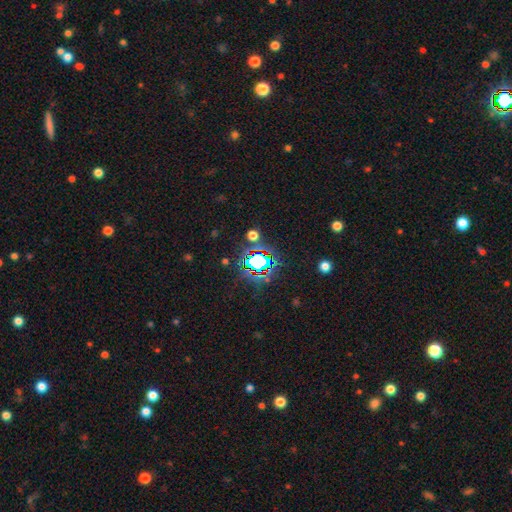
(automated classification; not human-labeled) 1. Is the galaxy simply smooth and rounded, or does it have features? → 64% star or artifact, 24% smooth, 11% featured or disk.